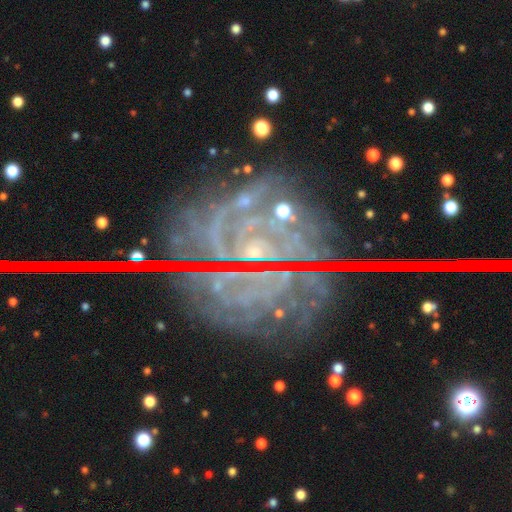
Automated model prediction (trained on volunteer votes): smooth-or-featured: featured or disk: 59% | star or artifact: 33% | smooth: 9%
  disk-edge-on: no: 86% | yes: 14%
    bar: no: 39% | strong: 32% | weak: 29%
    has-spiral-arms: yes: 69% | no: 31%
    bulge-size: small: 45% | none: 33% | moderate: 17% | large: 3% | dominant: 2%
  merging: none: 59% | major disturbance: 19% | minor disturbance: 16% | merger: 6%